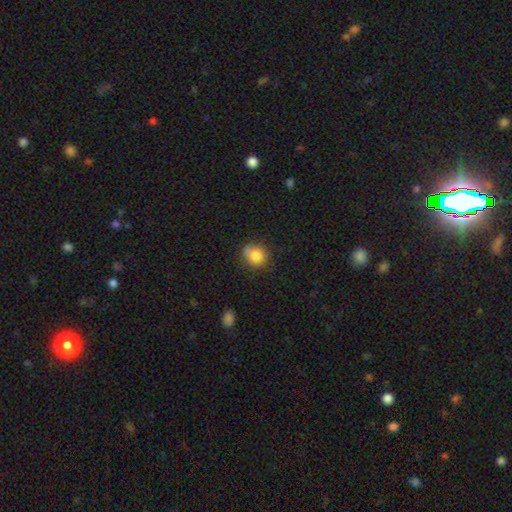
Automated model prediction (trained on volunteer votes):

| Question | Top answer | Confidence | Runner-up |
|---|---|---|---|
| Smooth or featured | smooth | 83% | star or artifact (9%) |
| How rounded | round | 69% | in between (30%) |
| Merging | none | 64% | minor disturbance (26%) |